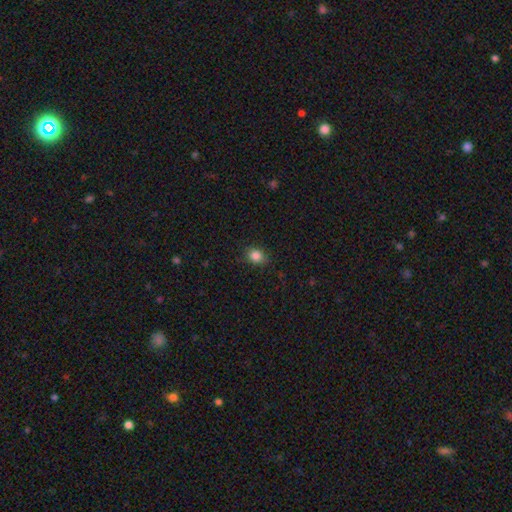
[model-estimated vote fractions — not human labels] Smooth or featured: smooth — 85% (star or artifact — 11%)
How rounded: round — 56% (in between — 43%)
Merging: none — 84% (minor disturbance — 12%)